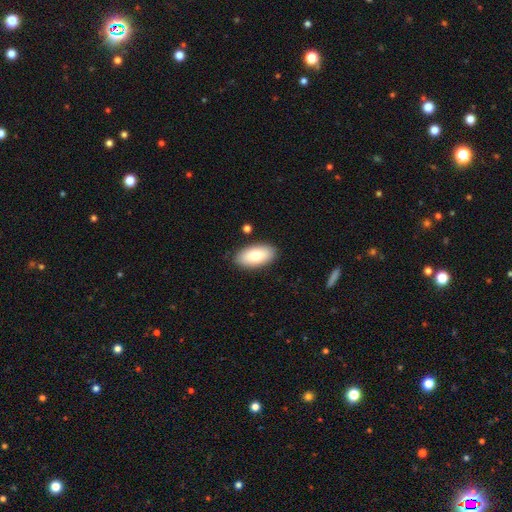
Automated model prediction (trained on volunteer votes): smooth 75%, featured or disk 18%, star or artifact 7%. Down the decision tree: how rounded — in between (93%); merging — none (87%).